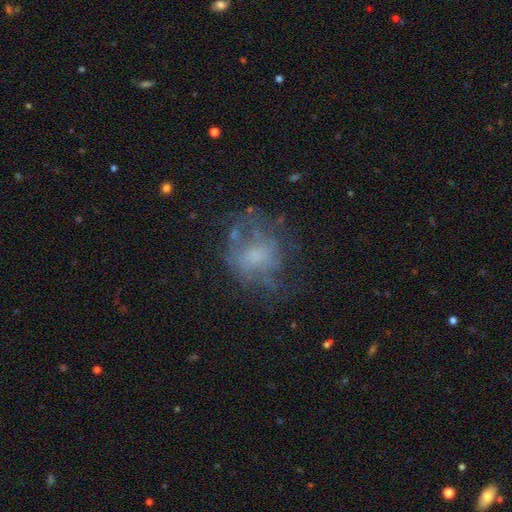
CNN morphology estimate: featured or disk 53%, smooth 33%, star or artifact 14%. Down the decision tree: edge-on disk — no (97%); bar — no (80%); spiral arms — no (63%); bulge size — small (31%); merging — none (49%).